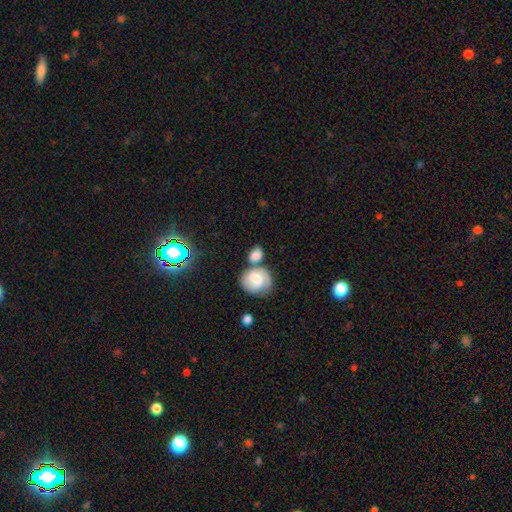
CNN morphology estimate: smooth 63%, featured or disk 28%, star or artifact 9%. Down the decision tree: how rounded — round (51%); merging — none (46%).